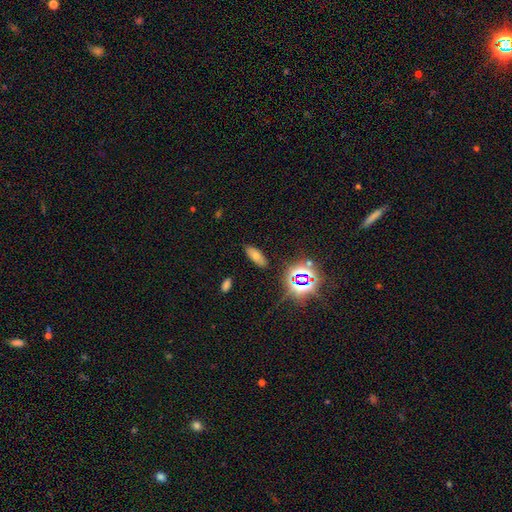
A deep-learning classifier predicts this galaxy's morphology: A smooth galaxy with no disk features (63%) that is in between round and cigar-shaped (78%).

Vote fractions:
- Smooth or featured? smooth: 63% / star or artifact: 24% / featured or disk: 14%
- How rounded? in between: 78% / cigar-shaped: 18% / round: 4%
- Merging? none: 85% / minor disturbance: 10% / major disturbance: 3% / merger: 2%